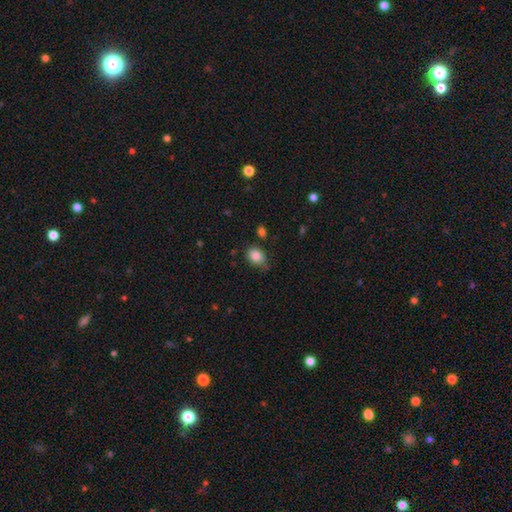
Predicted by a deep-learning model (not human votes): smooth-or-featured: smooth: 85% | star or artifact: 9% | featured or disk: 5%
  how-rounded: in between: 55% | round: 44% | cigar-shaped: 1%
  merging: none: 66% | minor disturbance: 25% | major disturbance: 5% | merger: 4%